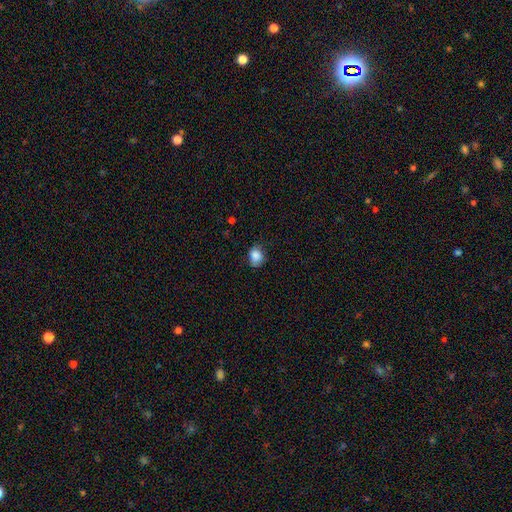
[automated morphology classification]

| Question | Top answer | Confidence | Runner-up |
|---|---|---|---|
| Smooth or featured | smooth | 86% | star or artifact (9%) |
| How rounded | round | 51% | in between (48%) |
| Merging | none | 65% | minor disturbance (28%) |